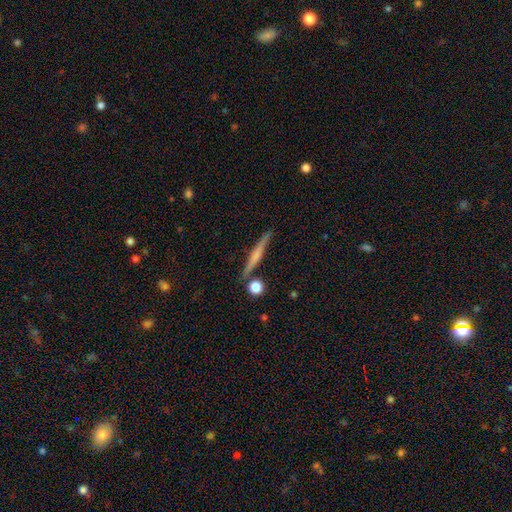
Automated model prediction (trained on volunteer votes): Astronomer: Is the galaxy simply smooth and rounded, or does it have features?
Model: featured or disk — 57% (runner-up: smooth, 36%).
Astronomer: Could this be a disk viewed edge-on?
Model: yes — 97%.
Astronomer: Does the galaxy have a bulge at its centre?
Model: rounded — 45% (runner-up: none, 38%).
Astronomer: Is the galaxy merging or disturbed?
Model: none — 85%.